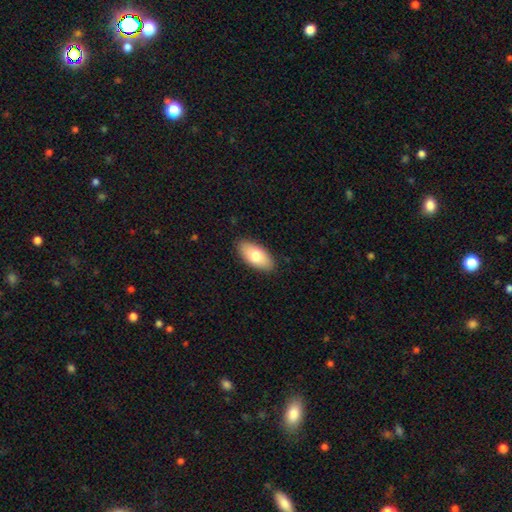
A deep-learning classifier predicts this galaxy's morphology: A smooth galaxy with no disk features (76%) that is in between round and cigar-shaped (93%).

Vote fractions:
- Smooth or featured? smooth: 76% / featured or disk: 18% / star or artifact: 6%
- How rounded? in between: 93% / cigar-shaped: 5% / round: 2%
- Merging? none: 88% / minor disturbance: 9% / major disturbance: 2% / merger: 1%